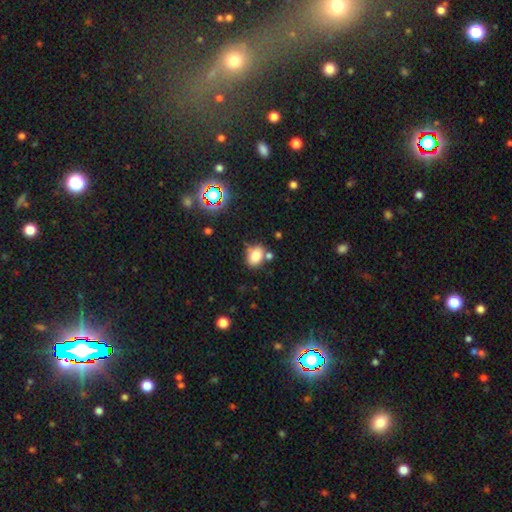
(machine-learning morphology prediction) smooth-or-featured: smooth: 79% | star or artifact: 12% | featured or disk: 9%
  how-rounded: in between: 67% | round: 31% | cigar-shaped: 1%
  merging: none: 61% | minor disturbance: 19% | merger: 15% | major disturbance: 5%